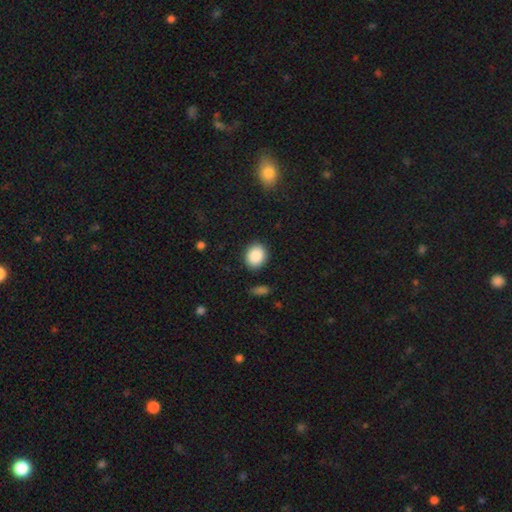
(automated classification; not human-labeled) Morphology: type=smooth (88%); roundness=round (63%); merging=none (88%).